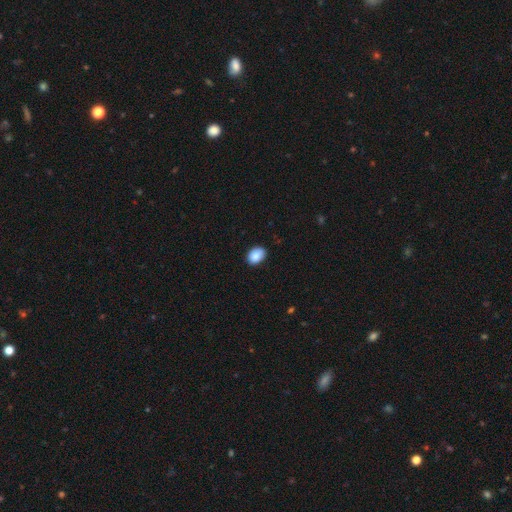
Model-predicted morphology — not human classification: smooth 87%, star or artifact 8%, featured or disk 5%. Down the decision tree: how rounded — in between (74%); merging — none (85%).